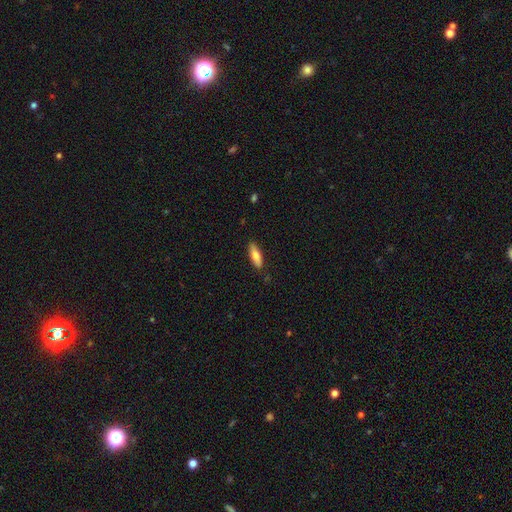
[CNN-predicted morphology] A smooth galaxy with no disk features (76%) that is cigar-shaped (50%). Merging: none (86%).